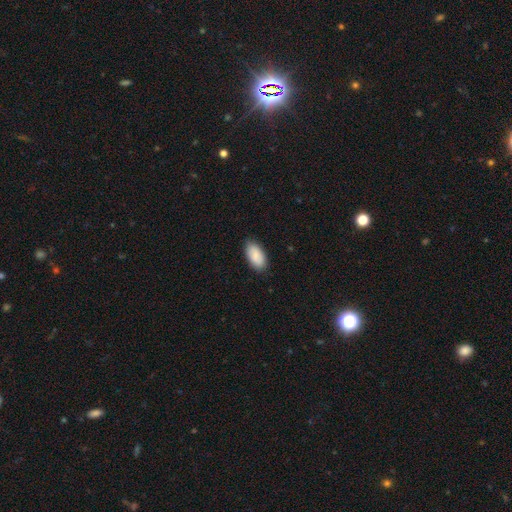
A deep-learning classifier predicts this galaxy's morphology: Q: Smooth or featured?
A: smooth (88%); runner-up: featured or disk (6%)
Q: How rounded?
A: in between (94%); runner-up: cigar-shaped (4%)
Q: Merging?
A: none (85%); runner-up: minor disturbance (12%)